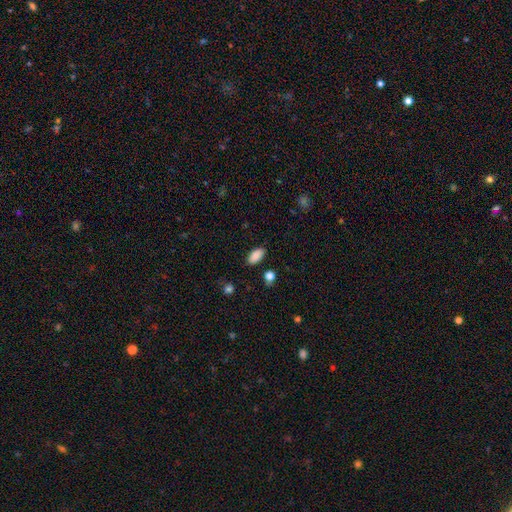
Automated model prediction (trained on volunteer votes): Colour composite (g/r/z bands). It shows a smooth galaxy with no disk features (88%) that is in between round and cigar-shaped (92%). Merging: none (85%).